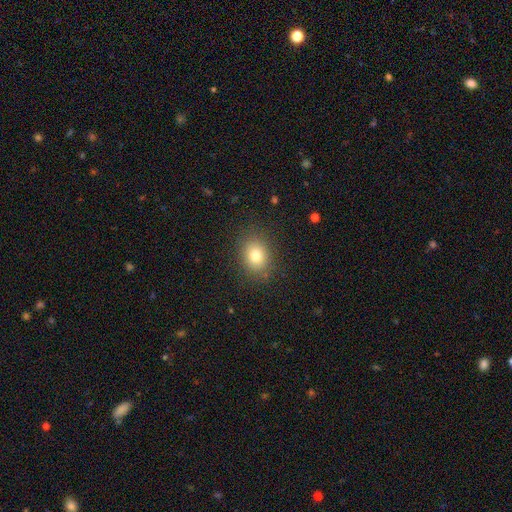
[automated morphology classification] Smooth or featured?
  - smooth: 79% *
  - star or artifact: 12%
  - featured or disk: 9%
How rounded?
  - in between: 53% *
  - round: 46%
  - cigar-shaped: 1%
Merging?
  - none: 86% *
  - minor disturbance: 10%
  - major disturbance: 4%
  - merger: 1%